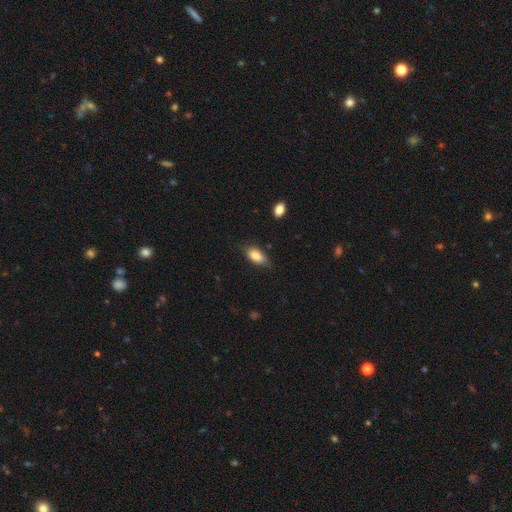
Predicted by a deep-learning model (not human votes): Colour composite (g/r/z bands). It shows a smooth galaxy with no disk features (81%) that is in between round and cigar-shaped (87%). Merging: none (72%).